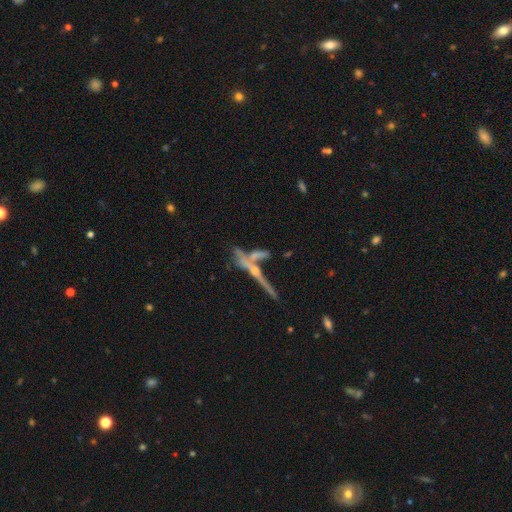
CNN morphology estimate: This appears to be a featured or disk galaxy (64%) viewed edge-on (85%) with a rounded central bulge (62%). Merging: none (49%).